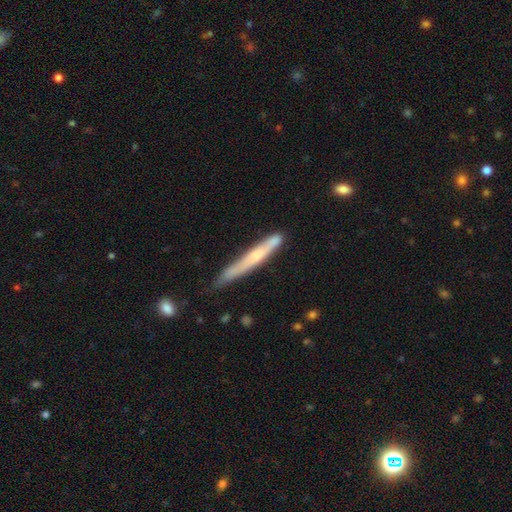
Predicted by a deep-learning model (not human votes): smooth-or-featured: smooth: 52% | featured or disk: 42% | star or artifact: 6%
  how-rounded: cigar-shaped: 96% | in between: 3% | round: 1%
  merging: none: 66% | minor disturbance: 25% | merger: 5% | major disturbance: 5%